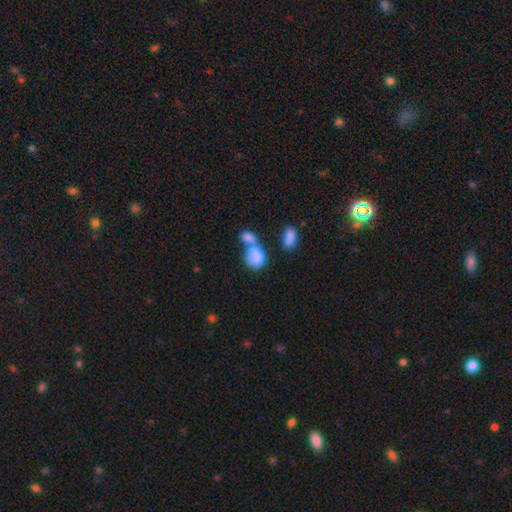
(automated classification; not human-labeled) Smooth or featured? smooth (81%)
How rounded? in between (70%)
Merging? merger (64%)